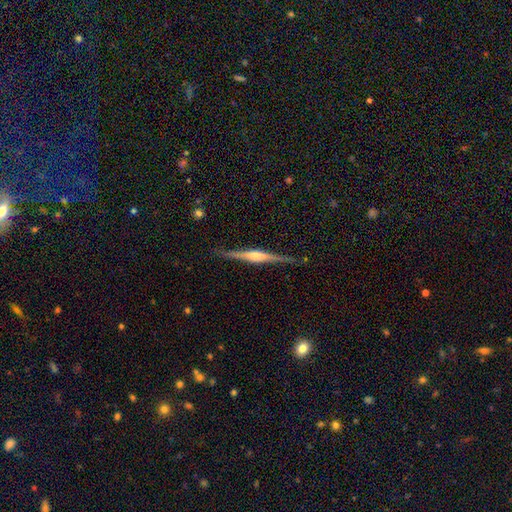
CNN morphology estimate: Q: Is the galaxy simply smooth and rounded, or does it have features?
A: featured or disk — 79%.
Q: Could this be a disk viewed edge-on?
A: yes — 98%.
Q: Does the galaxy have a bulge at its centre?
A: rounded — 75%.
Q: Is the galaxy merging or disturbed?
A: none — 87%.